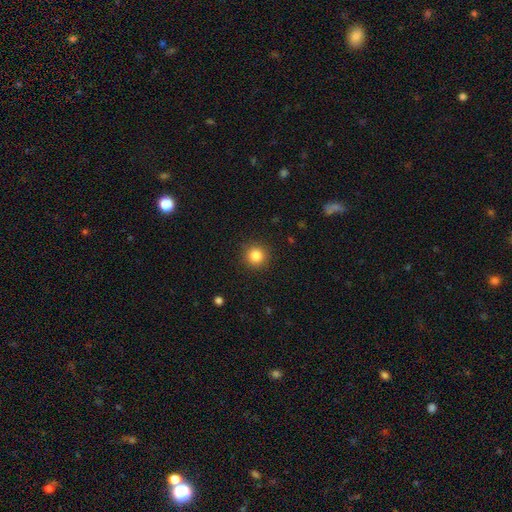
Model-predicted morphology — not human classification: The model was most divided on "smooth or featured": smooth: 84%, star or artifact: 11%, featured or disk: 5%. More confident: how rounded — round (95%); merging — none (91%).